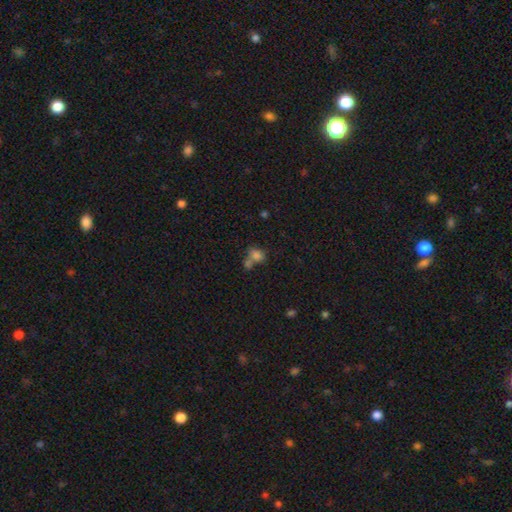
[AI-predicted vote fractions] This is likely a smooth galaxy (75%). How rounded: likely in between (64%). Merging: possibly merger (49%).